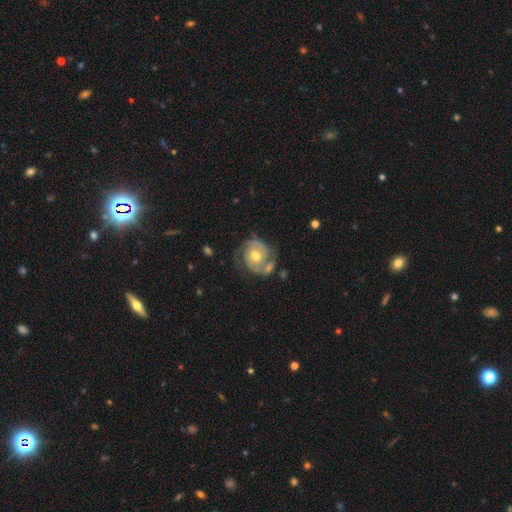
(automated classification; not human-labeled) This is clearly a featured or disk galaxy (83%). It is clearly not viewed edge-on (98%). Bar: likely no (70%). Spiral arm pattern: clearly yes (94%). Spiral arm count: clearly 2 (81%). Spiral winding: possibly tight (49%). Central bulge: likely moderate (74%). Merging: likely none (60%).